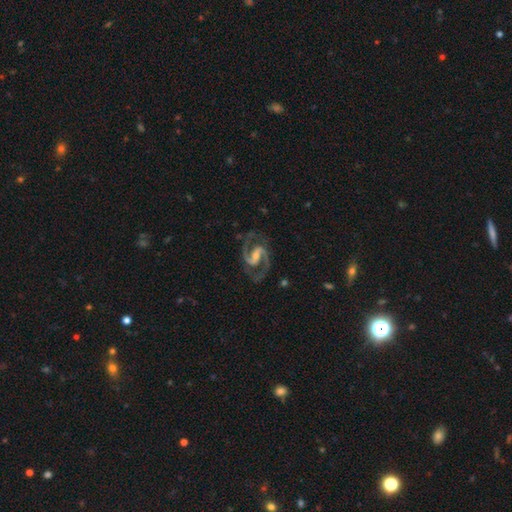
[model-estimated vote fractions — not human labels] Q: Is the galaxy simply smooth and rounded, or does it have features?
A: featured or disk — 94%.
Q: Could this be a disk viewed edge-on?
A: no — 98%.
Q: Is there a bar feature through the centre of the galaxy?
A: weak — 47%.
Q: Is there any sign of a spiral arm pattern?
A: yes — 99%.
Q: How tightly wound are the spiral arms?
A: medium — 70%.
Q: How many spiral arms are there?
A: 2 — 95%.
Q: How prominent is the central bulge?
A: small — 48%.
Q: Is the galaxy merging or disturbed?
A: none — 79%.